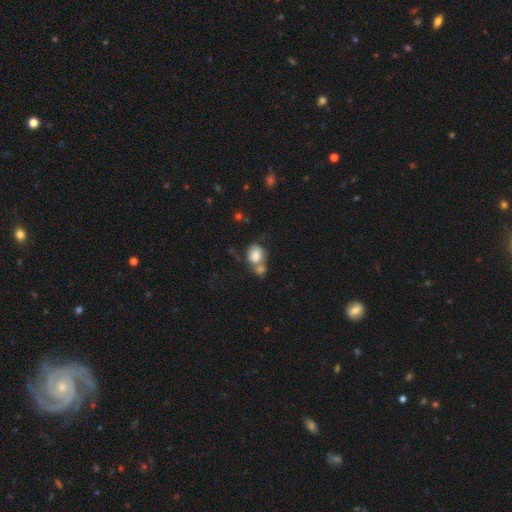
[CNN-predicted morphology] smooth 78%, featured or disk 13%, star or artifact 8%. Down the decision tree: how rounded — in between (51%); merging — merger (54%).